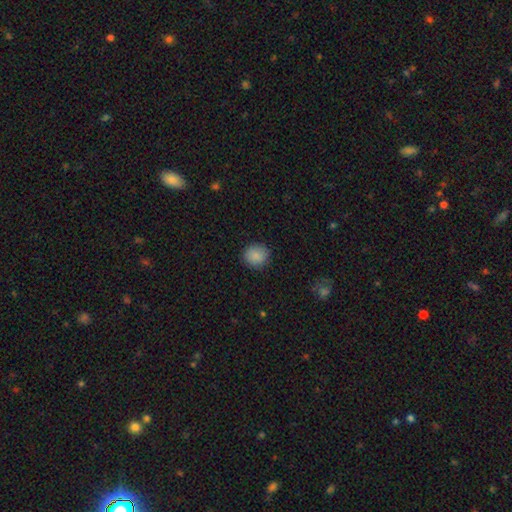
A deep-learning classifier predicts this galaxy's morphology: Smooth or featured? smooth (87%)
How rounded? round (86%)
Merging? none (88%)